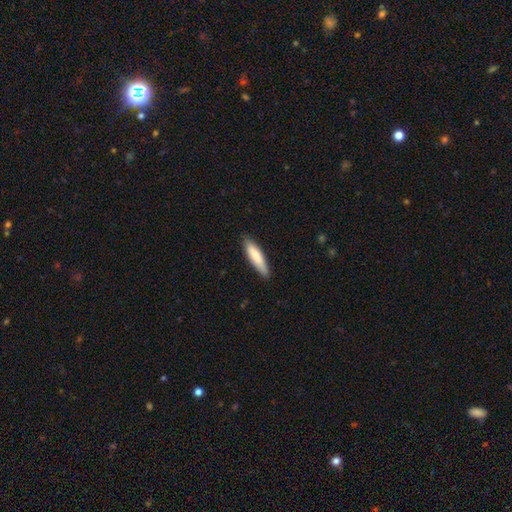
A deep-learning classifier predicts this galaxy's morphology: The model was most divided on "how rounded": cigar-shaped: 74%, in between: 25%, round: 1%. More confident: merging — none (85%); smooth or featured — smooth (78%).